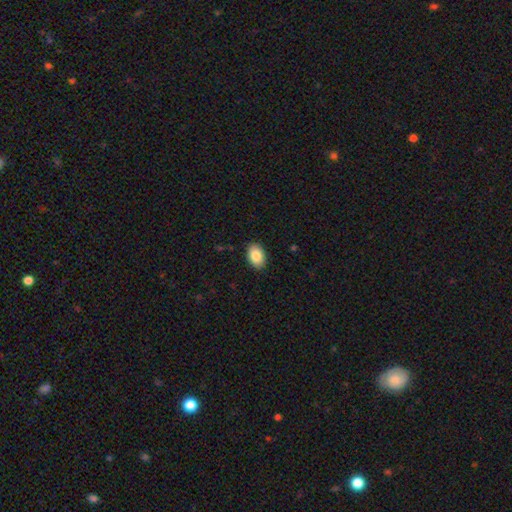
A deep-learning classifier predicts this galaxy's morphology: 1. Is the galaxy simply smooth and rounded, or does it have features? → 86% smooth, 7% star or artifact, 7% featured or disk.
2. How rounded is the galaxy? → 88% in between, 11% round, 1% cigar-shaped.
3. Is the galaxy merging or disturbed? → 90% none, 8% minor disturbance, 2% major disturbance, 1% merger.